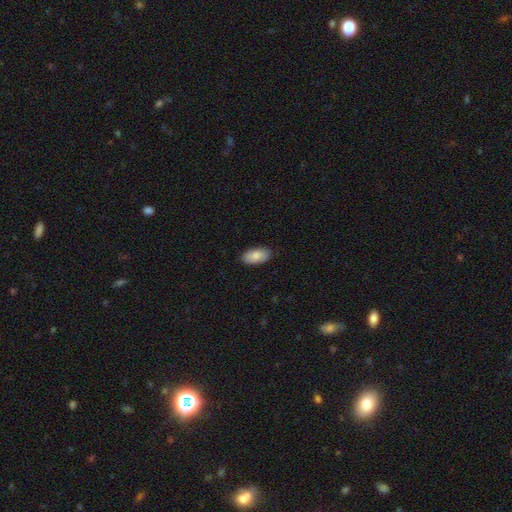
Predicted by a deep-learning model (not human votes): The model was most divided on "smooth or featured": smooth: 86%, featured or disk: 8%, star or artifact: 6%. More confident: how rounded — in between (94%); merging — none (88%).